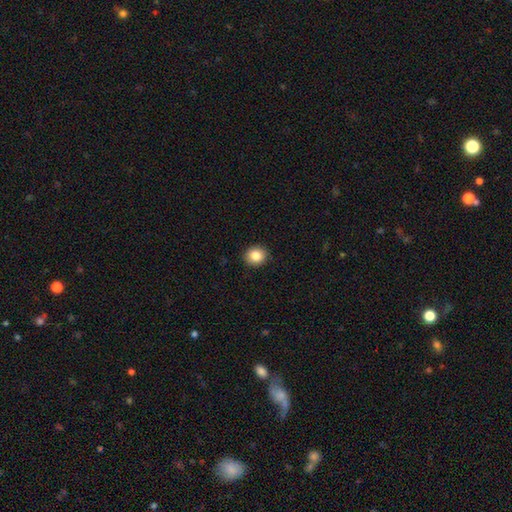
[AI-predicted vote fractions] smooth_or_featured: smooth (p=0.84) [alt: star or artifact p=0.09]
how_rounded: round (p=0.81) [alt: in between p=0.18]
merging: none (p=0.92) [alt: minor disturbance p=0.06]